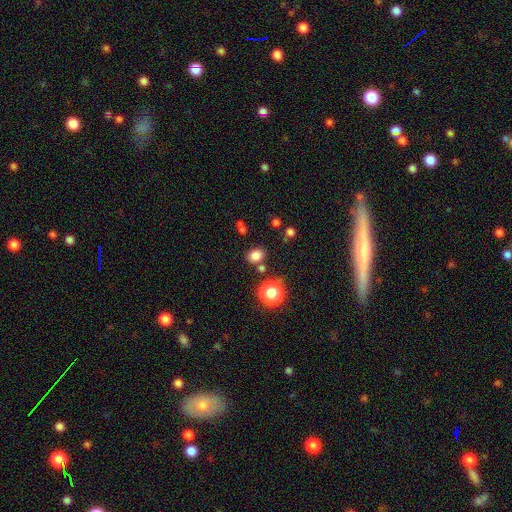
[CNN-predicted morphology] Smooth or featured: smooth — 79% (star or artifact — 16%)
How rounded: round — 58% (in between — 41%)
Merging: none — 77% (minor disturbance — 10%)